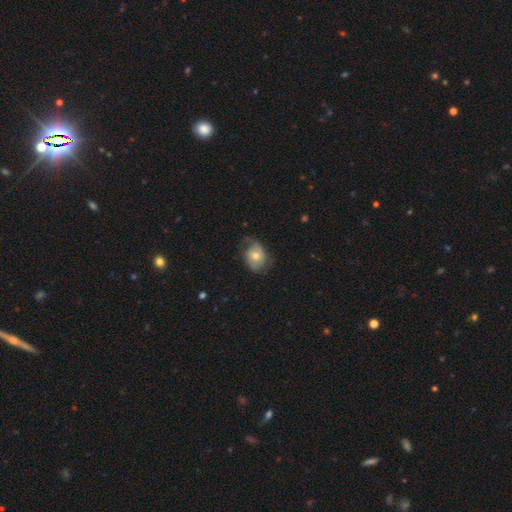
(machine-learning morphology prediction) The model was most divided on "smooth or featured": featured or disk: 51%, smooth: 42%, star or artifact: 7%. Remaining: edge-on disk — no (95%); merging — none (47%).